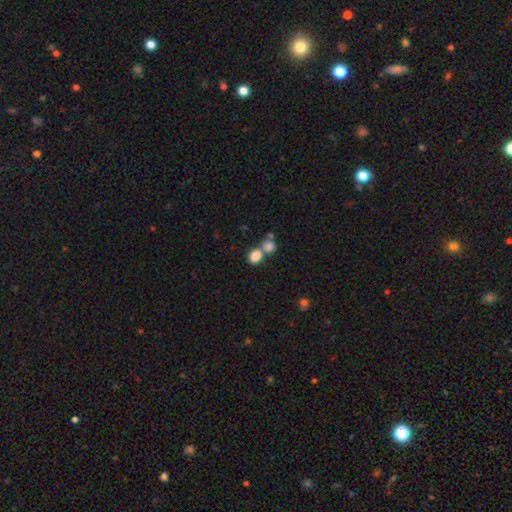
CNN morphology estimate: smooth 83%, star or artifact 10%, featured or disk 7%. Down the decision tree: how rounded — in between (50%); merging — merger (48%).